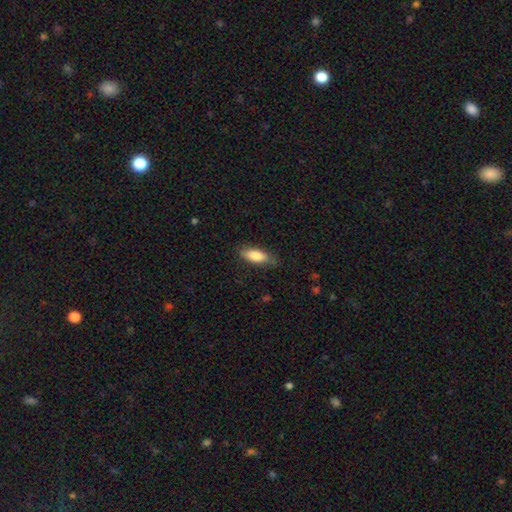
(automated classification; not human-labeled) smooth_or_featured: smooth (p=0.83) [alt: featured or disk p=0.10]
how_rounded: in between (p=0.75) [alt: cigar-shaped p=0.23]
merging: none (p=0.79) [alt: minor disturbance p=0.16]